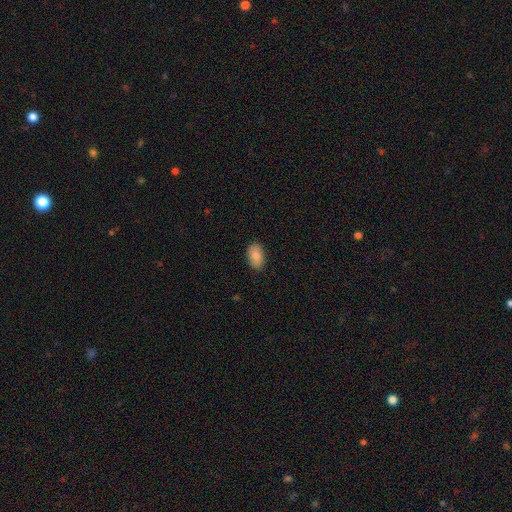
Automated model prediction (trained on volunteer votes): Smooth or featured?
  - smooth: 87% *
  - star or artifact: 7%
  - featured or disk: 6%
How rounded?
  - in between: 93% *
  - round: 6%
  - cigar-shaped: 1%
Merging?
  - none: 88% *
  - minor disturbance: 9%
  - major disturbance: 2%
  - merger: 1%